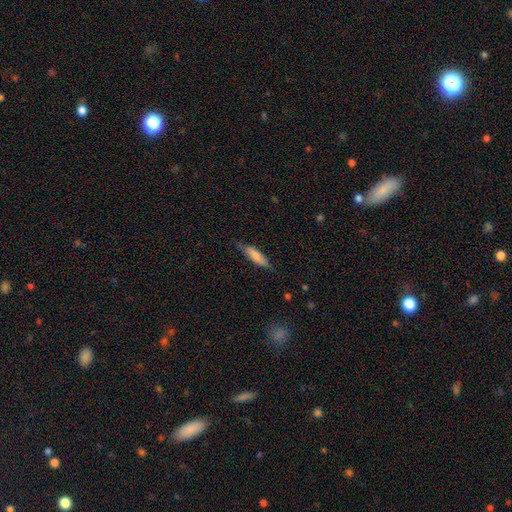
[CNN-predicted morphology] This appears to be a smooth galaxy with no disk features (76%) that is cigar-shaped (63%). Merging: none (72%).